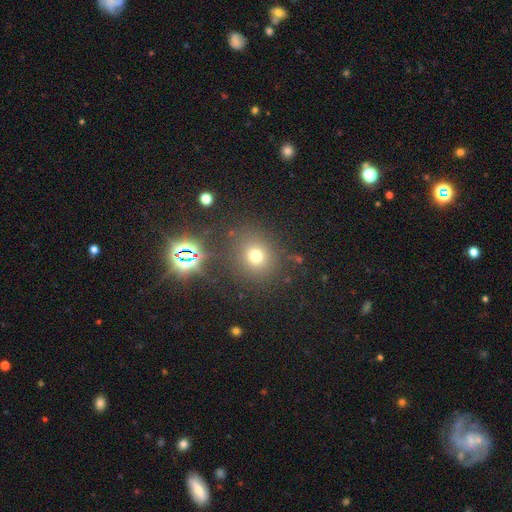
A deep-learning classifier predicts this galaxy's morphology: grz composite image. It shows a smooth galaxy with no disk features (69%) that is round (82%). Merging: none (80%).